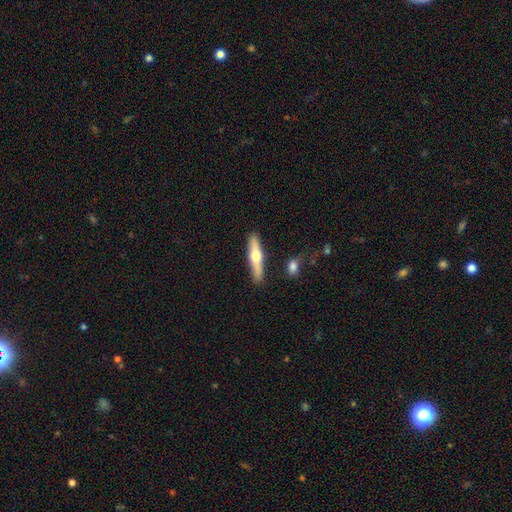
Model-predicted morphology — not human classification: This appears to be a featured or disk galaxy (53%) viewed edge-on (94%). Merging: none (85%).